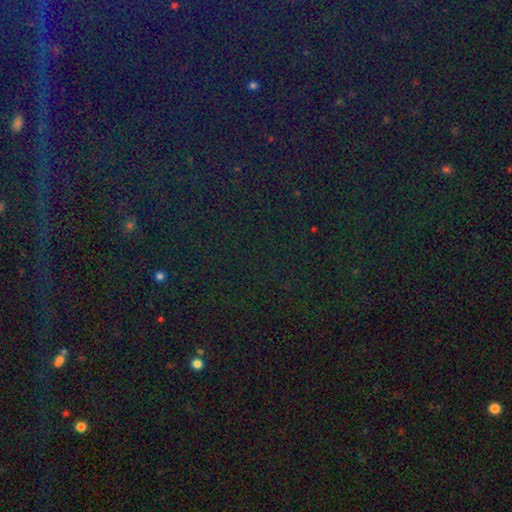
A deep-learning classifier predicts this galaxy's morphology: Q: Smooth or featured?
A: star or artifact (81%); runner-up: smooth (11%)